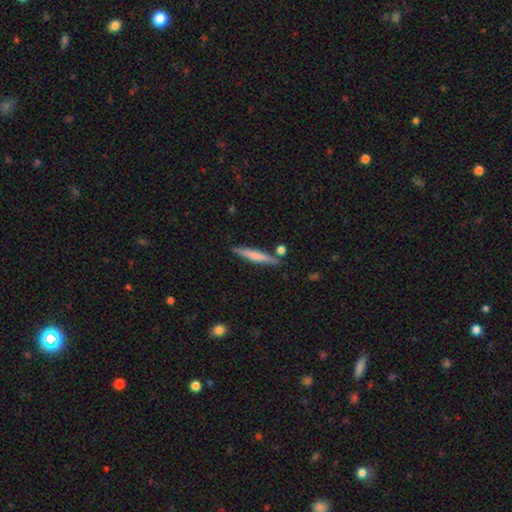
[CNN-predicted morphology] Smooth or featured? smooth (56%)
How rounded? cigar-shaped (94%)
Merging? none (83%)